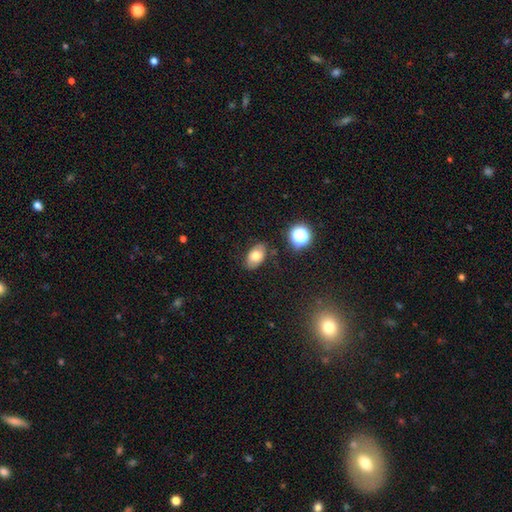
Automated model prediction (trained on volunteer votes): Q: Smooth or featured?
A: smooth (74%); runner-up: featured or disk (16%)
Q: How rounded?
A: in between (89%); runner-up: round (10%)
Q: Merging?
A: none (81%); runner-up: minor disturbance (13%)